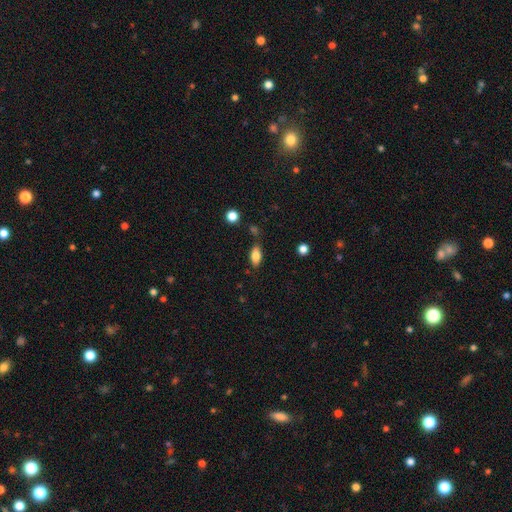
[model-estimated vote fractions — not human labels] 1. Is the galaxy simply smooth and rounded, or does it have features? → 81% smooth, 10% featured or disk, 8% star or artifact.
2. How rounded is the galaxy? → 87% in between, 8% cigar-shaped, 5% round.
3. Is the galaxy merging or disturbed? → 76% none, 15% minor disturbance, 5% merger, 4% major disturbance.